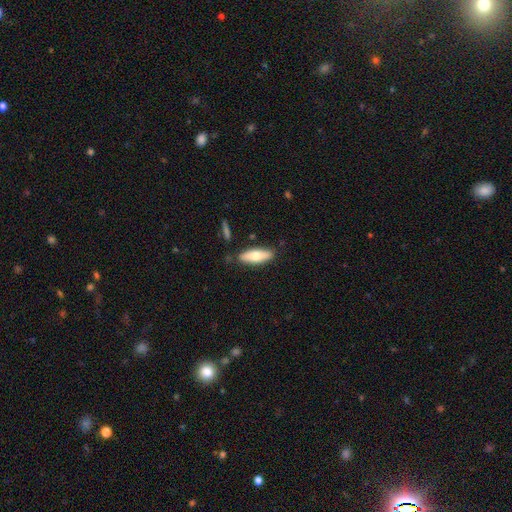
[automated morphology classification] A smooth galaxy with no disk features (69%) that is in between round and cigar-shaped (63%).

Vote fractions:
- Smooth or featured? smooth: 69% / featured or disk: 25% / star or artifact: 6%
- How rounded? in between: 63% / cigar-shaped: 35% / round: 2%
- Merging? none: 82% / minor disturbance: 12% / merger: 3% / major disturbance: 2%